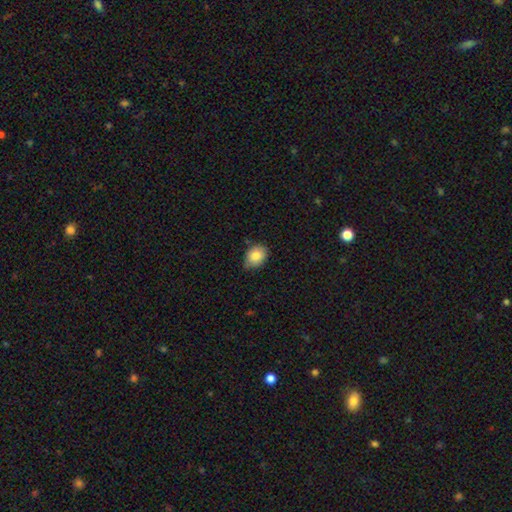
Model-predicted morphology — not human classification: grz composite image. It shows a smooth galaxy with no disk features (82%) that is in between round and cigar-shaped (65%). Merging: none (71%).